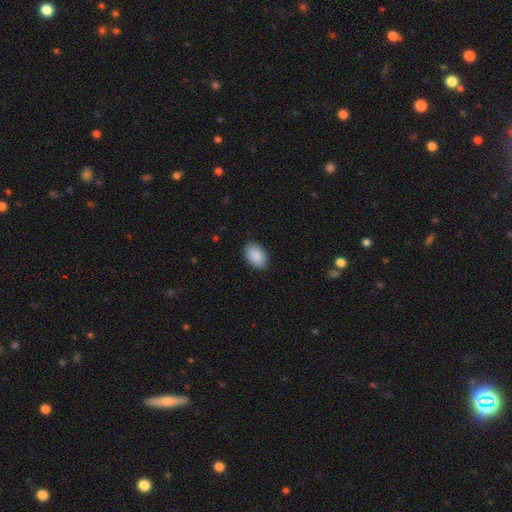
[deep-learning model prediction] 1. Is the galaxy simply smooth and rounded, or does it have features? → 90% smooth, 6% star or artifact, 4% featured or disk.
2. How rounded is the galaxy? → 91% in between, 7% round, 1% cigar-shaped.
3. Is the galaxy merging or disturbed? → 88% none, 9% minor disturbance, 2% major disturbance, 1% merger.